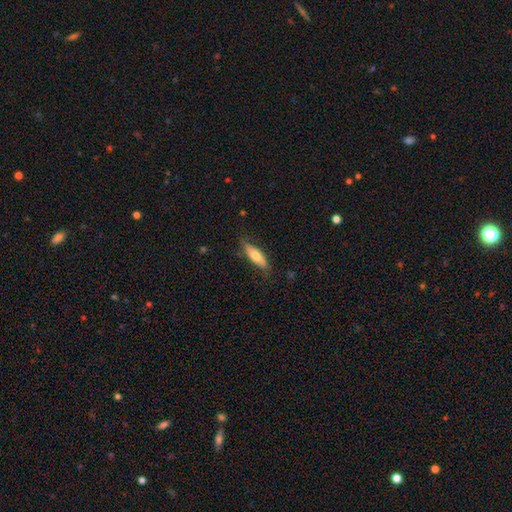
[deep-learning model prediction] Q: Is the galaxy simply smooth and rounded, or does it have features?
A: smooth — 67%.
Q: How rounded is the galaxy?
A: in between — 54%.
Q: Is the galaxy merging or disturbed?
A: none — 76%.